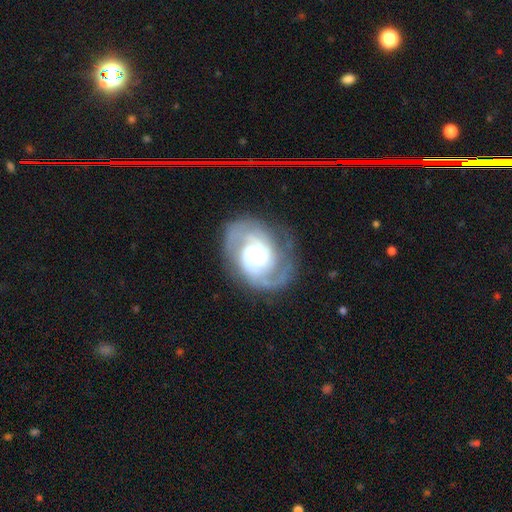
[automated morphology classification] Overall: featured or disk (89%). Edge-on disk: no (98%). Bar: no (54%; weak 37%). Spiral arms: yes (98%). Spiral arm count: 2 (59%). Spiral winding: tight (49%; medium 42%). Bulge size: moderate (51%; small 30%). Merging: none (74%).